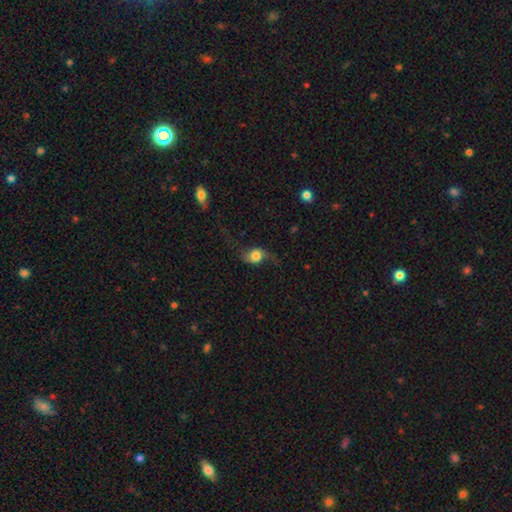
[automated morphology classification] A featured or disk galaxy (47%). Merging: none (53%).